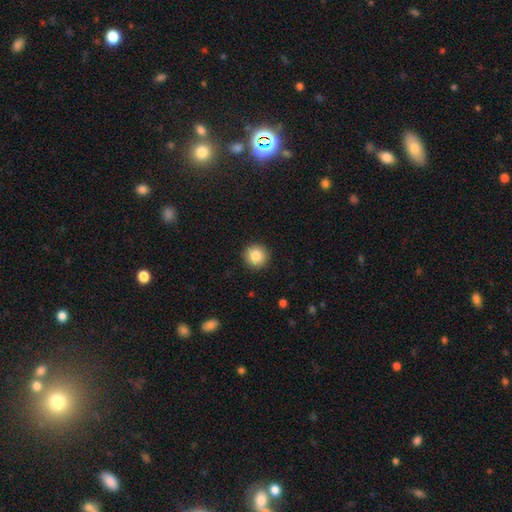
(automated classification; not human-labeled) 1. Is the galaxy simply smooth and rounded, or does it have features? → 85% smooth, 9% star or artifact, 6% featured or disk.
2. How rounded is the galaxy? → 94% round, 5% in between, 1% cigar-shaped.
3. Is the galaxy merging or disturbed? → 92% none, 5% minor disturbance, 2% major disturbance, 1% merger.